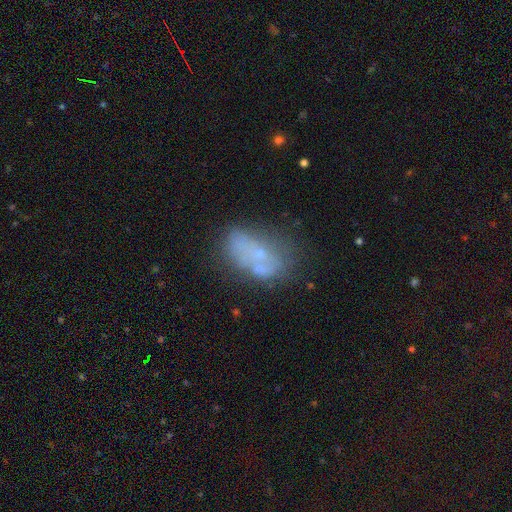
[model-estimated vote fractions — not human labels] smooth_or_featured: featured or disk (p=0.44) [alt: smooth p=0.41]
merging: none (p=0.37) [alt: merger p=0.24]